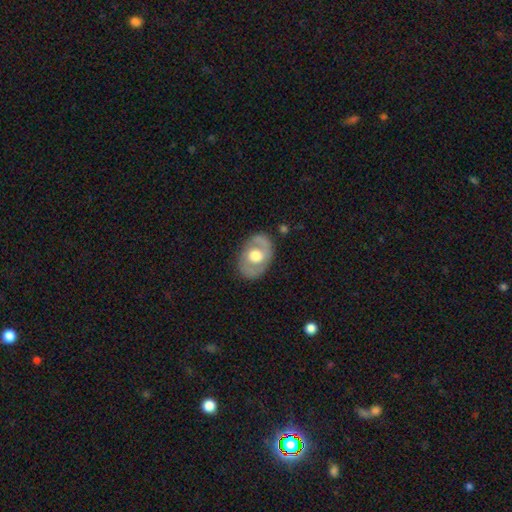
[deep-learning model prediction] A featured or disk galaxy (55%) with no bar (79%), no spiral arms (68%) and a moderate central bulge (48%). Merging: none (79%).